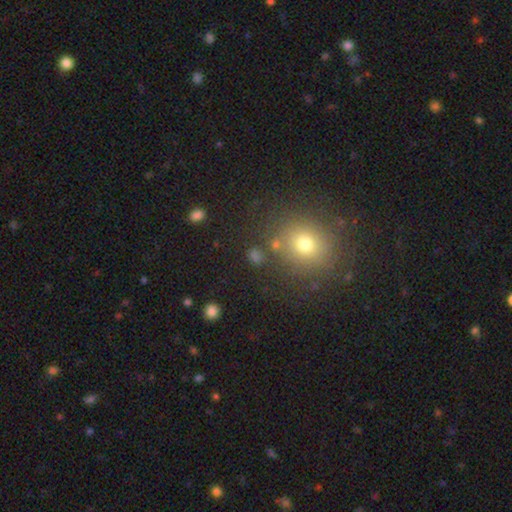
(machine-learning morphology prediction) Smooth or featured: smooth — 66% (star or artifact — 25%)
How rounded: round — 75% (in between — 23%)
Merging: none — 80% (minor disturbance — 9%)